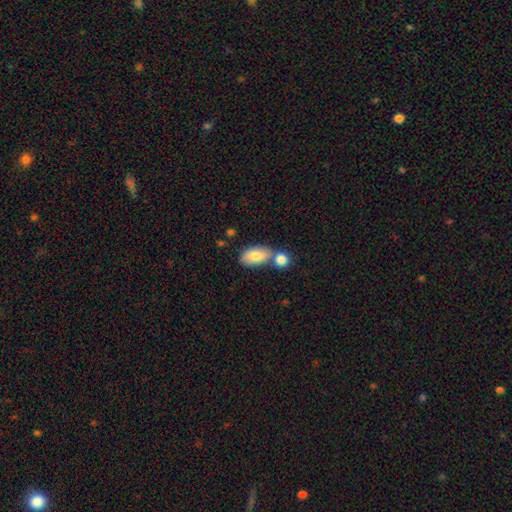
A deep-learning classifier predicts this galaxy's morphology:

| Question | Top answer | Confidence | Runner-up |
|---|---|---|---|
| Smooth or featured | smooth | 81% | featured or disk (13%) |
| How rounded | in between | 91% | round (6%) |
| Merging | none | 47% | merger (39%) |